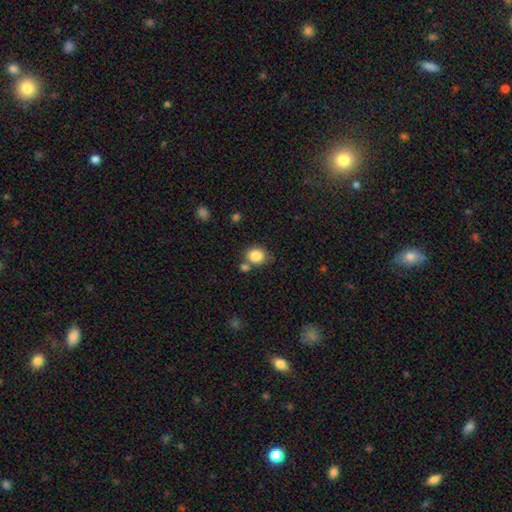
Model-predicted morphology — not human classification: Q: Smooth or featured?
A: smooth (85%); runner-up: star or artifact (9%)
Q: How rounded?
A: round (70%); runner-up: in between (29%)
Q: Merging?
A: none (66%); runner-up: merger (18%)